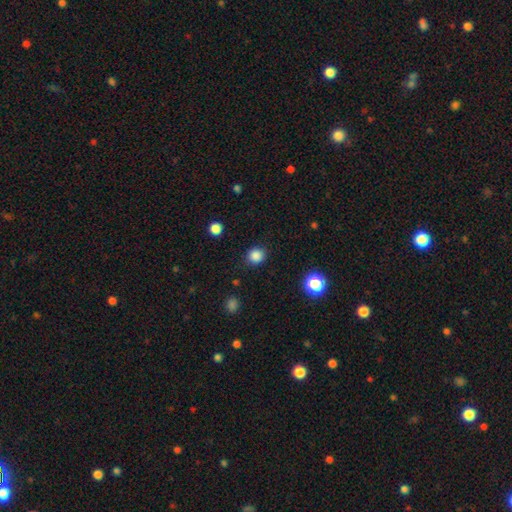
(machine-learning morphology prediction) Smooth or featured?
  - smooth: 85% *
  - star or artifact: 12%
  - featured or disk: 3%
How rounded?
  - round: 85% *
  - in between: 14%
  - cigar-shaped: 1%
Merging?
  - none: 86% *
  - minor disturbance: 10%
  - major disturbance: 3%
  - merger: 2%